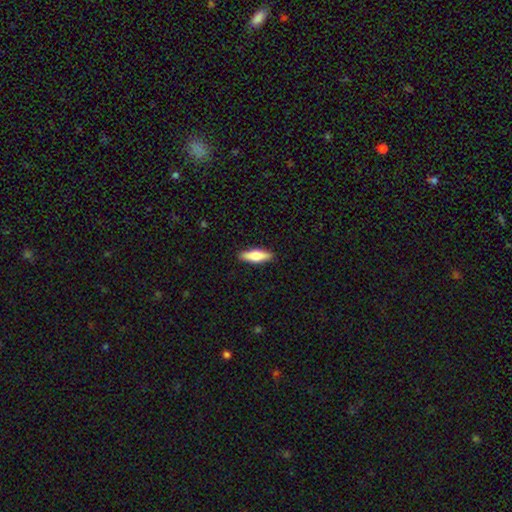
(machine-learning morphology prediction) Smooth or featured? Predicted: smooth (p=0.63). How rounded? Predicted: in between (p=0.51). Merging? Predicted: none (p=0.90).